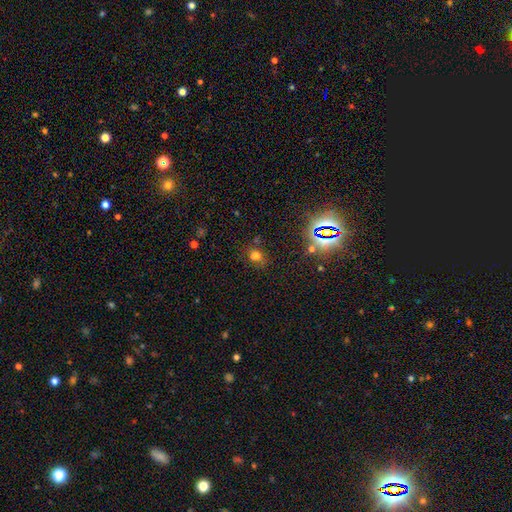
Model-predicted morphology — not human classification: A smooth galaxy with no disk features (64%) that is round (66%). Merging: none (70%).